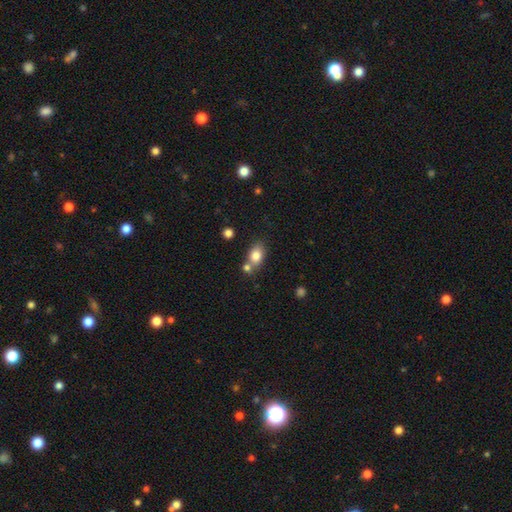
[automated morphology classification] Q: Smooth or featured?
A: smooth (81%); runner-up: featured or disk (10%)
Q: How rounded?
A: in between (75%); runner-up: round (23%)
Q: Merging?
A: none (57%); runner-up: merger (28%)